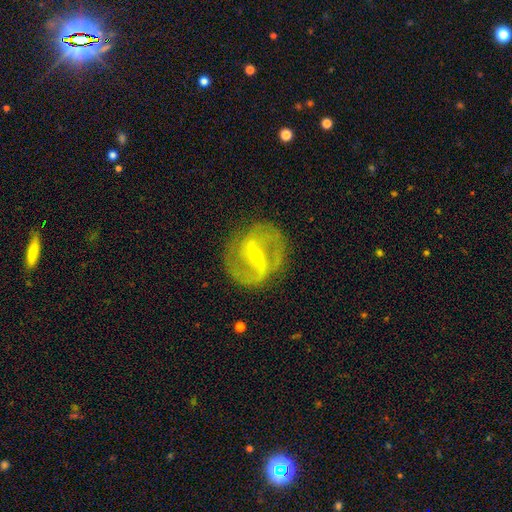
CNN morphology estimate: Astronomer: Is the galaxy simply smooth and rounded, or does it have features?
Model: featured or disk — 88%.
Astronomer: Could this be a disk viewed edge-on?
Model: no — 95%.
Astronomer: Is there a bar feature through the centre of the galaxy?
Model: strong — 65%.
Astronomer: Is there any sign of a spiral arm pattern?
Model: yes — 91%.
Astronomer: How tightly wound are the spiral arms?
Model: medium — 54%.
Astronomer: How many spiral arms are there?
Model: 2 — 89%.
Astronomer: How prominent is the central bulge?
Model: small — 73%.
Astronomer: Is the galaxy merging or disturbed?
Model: none — 80%.